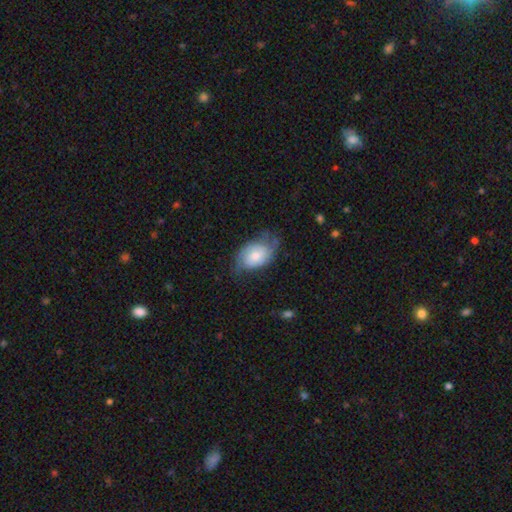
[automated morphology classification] This appears to be a featured or disk galaxy (55%) with no bar (69%), spiral arms (84%) and a moderate central bulge (47%). Merging: none (54%).